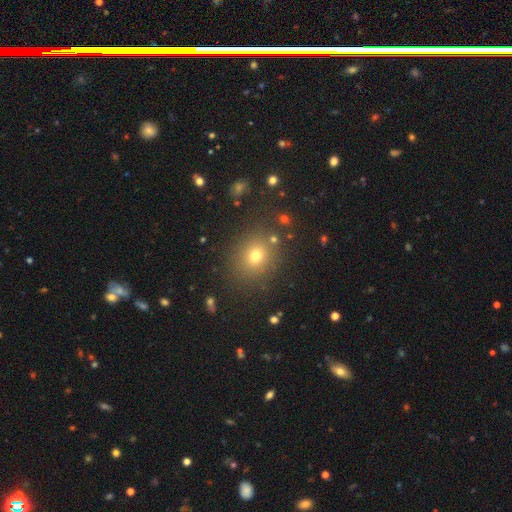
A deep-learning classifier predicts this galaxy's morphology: smooth 70%, star or artifact 21%, featured or disk 10%. Down the decision tree: how rounded — round (74%); merging — none (84%).